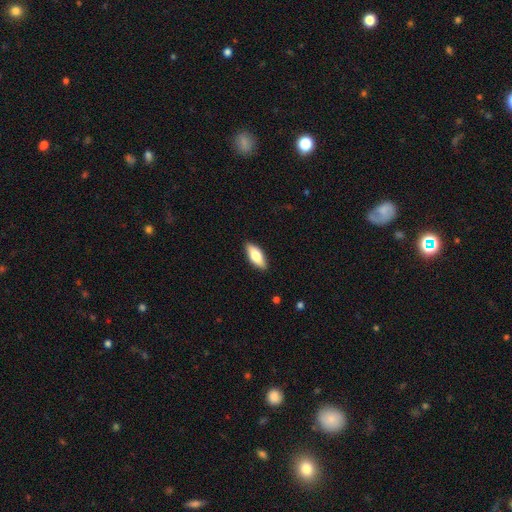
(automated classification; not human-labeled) This is likely a smooth galaxy (72%). How rounded: likely in between (77%). Merging: clearly none (88%).